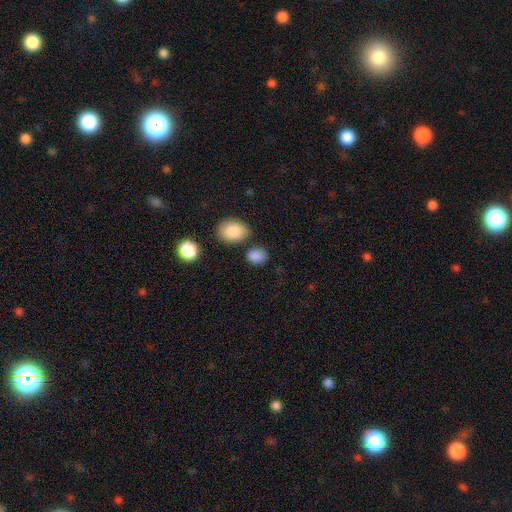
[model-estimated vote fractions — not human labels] Smooth or featured? Predicted: smooth (p=0.87). How rounded? Predicted: in between (p=0.60). Merging? Predicted: none (p=0.74).